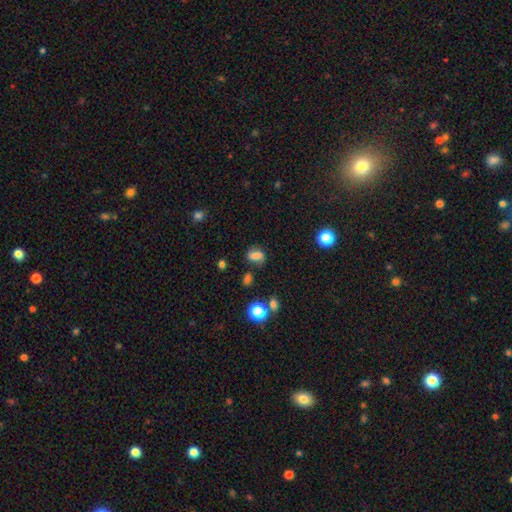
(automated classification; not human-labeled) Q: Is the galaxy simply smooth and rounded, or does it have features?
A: smooth — 61%.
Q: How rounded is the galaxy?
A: in between — 61%.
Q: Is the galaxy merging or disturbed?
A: none — 70%.